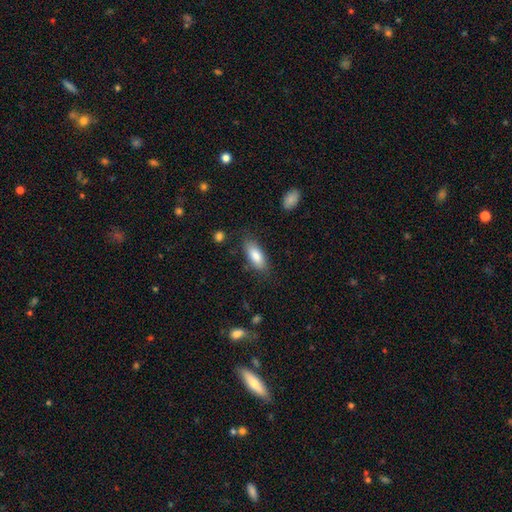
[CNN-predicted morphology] Q: Smooth or featured?
A: smooth (83%); runner-up: featured or disk (11%)
Q: How rounded?
A: in between (79%); runner-up: cigar-shaped (19%)
Q: Merging?
A: none (80%); runner-up: minor disturbance (14%)